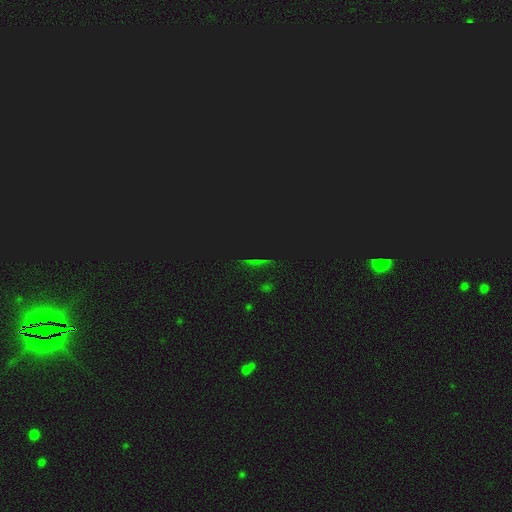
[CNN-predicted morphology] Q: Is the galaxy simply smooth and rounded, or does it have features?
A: star or artifact — 70%.